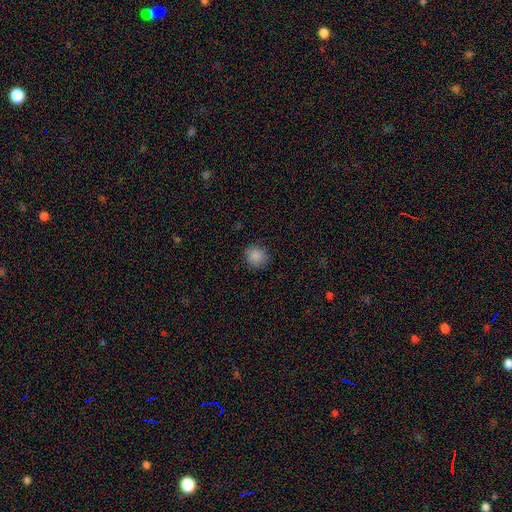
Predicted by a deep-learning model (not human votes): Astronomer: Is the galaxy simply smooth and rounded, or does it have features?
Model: smooth — 87%.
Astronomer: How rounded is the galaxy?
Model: round — 88%.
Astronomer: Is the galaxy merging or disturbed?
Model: none — 87%.